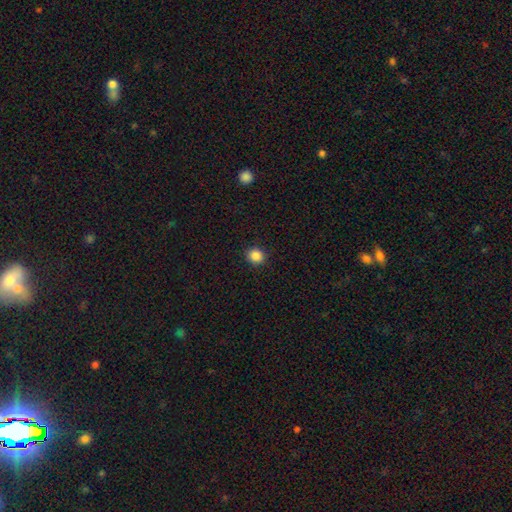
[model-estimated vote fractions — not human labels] Smooth or featured: smooth — 86% (star or artifact — 11%)
How rounded: round — 87% (in between — 12%)
Merging: none — 91% (minor disturbance — 6%)